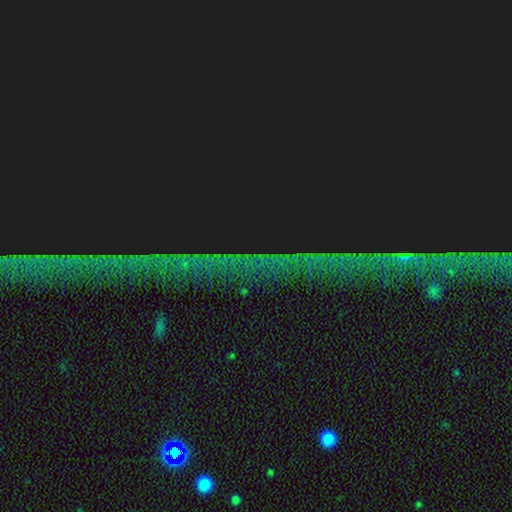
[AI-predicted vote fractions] Morphology: type=star or artifact (85%).